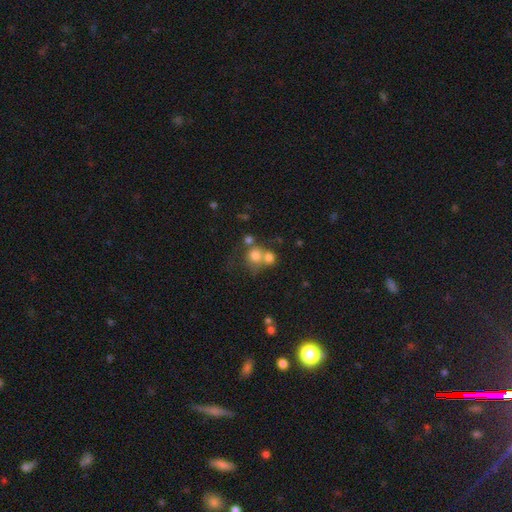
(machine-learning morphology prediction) This appears to be a smooth galaxy with no disk features (71%) that is round (83%). Merging: merger (51%).